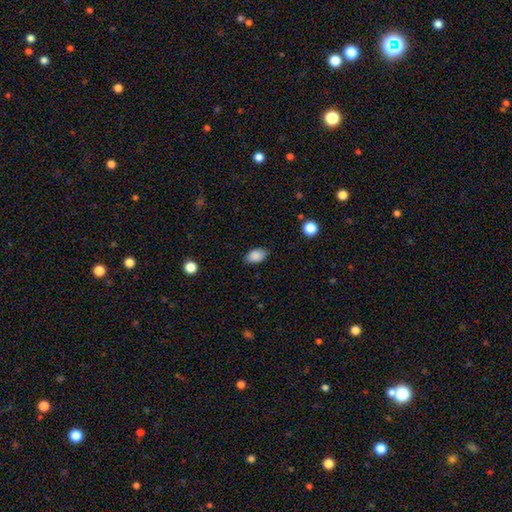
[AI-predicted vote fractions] smooth_or_featured: smooth (p=0.88) [alt: star or artifact p=0.08]
how_rounded: in between (p=0.88) [alt: round p=0.10]
merging: none (p=0.83) [alt: minor disturbance p=0.13]